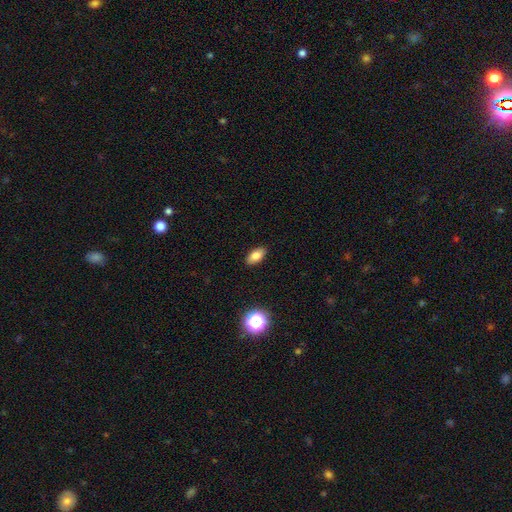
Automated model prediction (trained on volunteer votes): Morphology: type=smooth (82%); roundness=in between (89%); merging=none (88%).